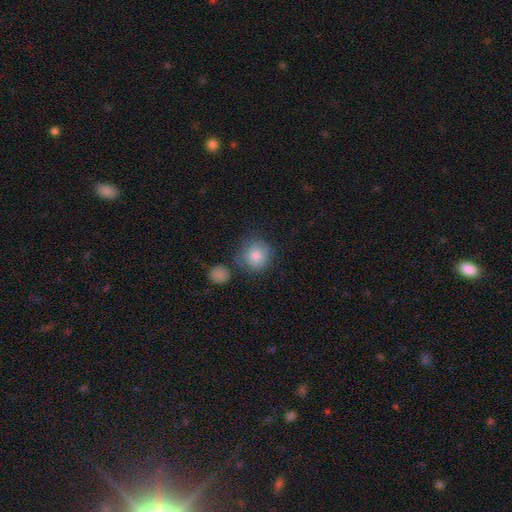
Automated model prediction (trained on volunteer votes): smooth-or-featured: smooth: 82% | star or artifact: 9% | featured or disk: 9%
  how-rounded: round: 90% | in between: 9% | cigar-shaped: 1%
  merging: none: 71% | minor disturbance: 15% | merger: 9% | major disturbance: 5%